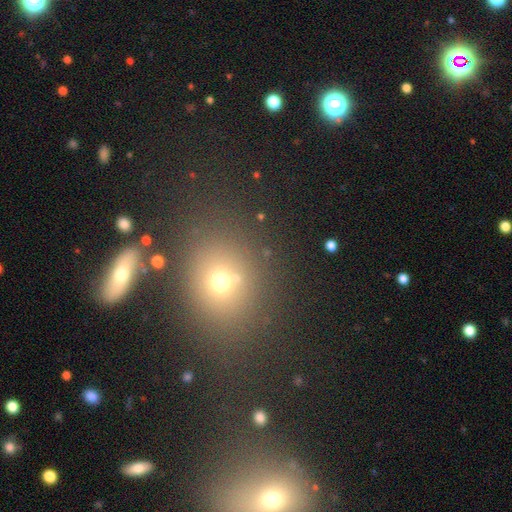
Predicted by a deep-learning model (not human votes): Overall: smooth (56%; star or artifact 32%). How rounded: round (63%; in between 35%). Merging: none (77%).